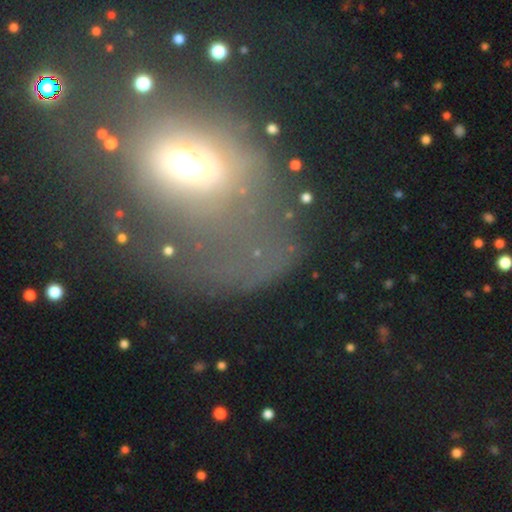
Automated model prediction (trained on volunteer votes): smooth 41%, star or artifact 32%, featured or disk 27%. Down the decision tree: merging — none (39%).